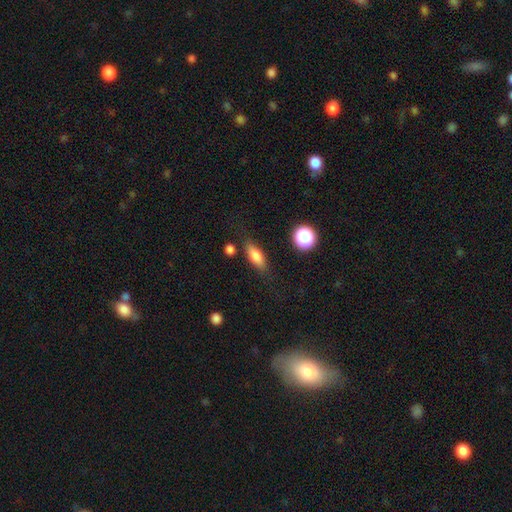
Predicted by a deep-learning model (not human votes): A smooth galaxy with no disk features (78%) that is in between round and cigar-shaped (67%). Merging: none (78%).